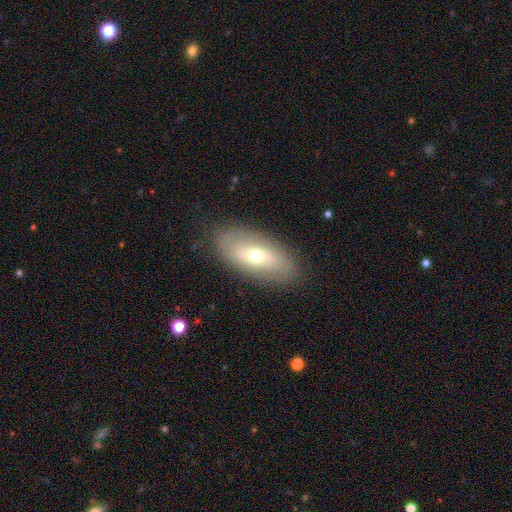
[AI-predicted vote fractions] Smooth or featured? Predicted: smooth (p=0.50). Merging? Predicted: none (p=0.84).